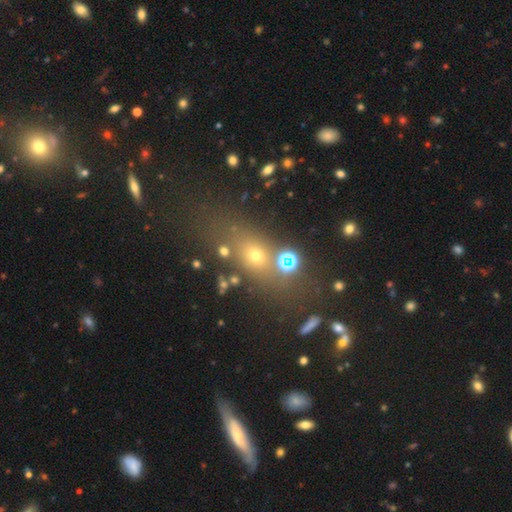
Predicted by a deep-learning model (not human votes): Smooth or featured?
  - smooth: 49% *
  - star or artifact: 32%
  - featured or disk: 18%
Merging?
  - none: 61% *
  - merger: 19%
  - minor disturbance: 12%
  - major disturbance: 7%